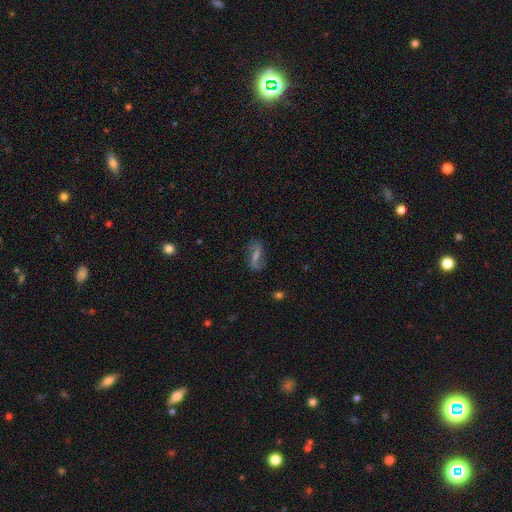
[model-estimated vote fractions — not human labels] Smooth or featured?
  - featured or disk: 71% *
  - smooth: 18%
  - star or artifact: 11%
Edge-on disk?
  - no: 94% *
  - yes: 6%
Bar?
  - weak: 44% *
  - strong: 35%
  - no: 22%
Spiral arms?
  - yes: 90% *
  - no: 10%
Spiral winding?
  - loose: 55% *
  - medium: 32%
  - tight: 13%
Spiral arm count?
  - 2: 90% *
  - can't tell: 4%
  - 1: 2%
  - 3: 1%
  - 4: 1%
  - more than 4: 1%
Bulge size?
  - small: 41% *
  - moderate: 37%
  - none: 15%
  - large: 5%
  - dominant: 2%
Merging?
  - none: 82% *
  - minor disturbance: 12%
  - major disturbance: 5%
  - merger: 2%